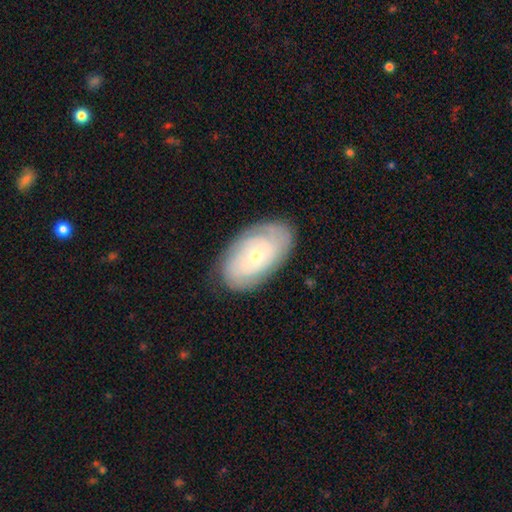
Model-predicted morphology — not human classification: Smooth or featured? featured or disk (69%)
Edge-on disk? no (95%)
Bar? no (70%)
Spiral arms? yes (84%)
Spiral winding? tight (76%)
Spiral arm count? can't tell (52%)
Bulge size? small (66%)
Merging? none (80%)